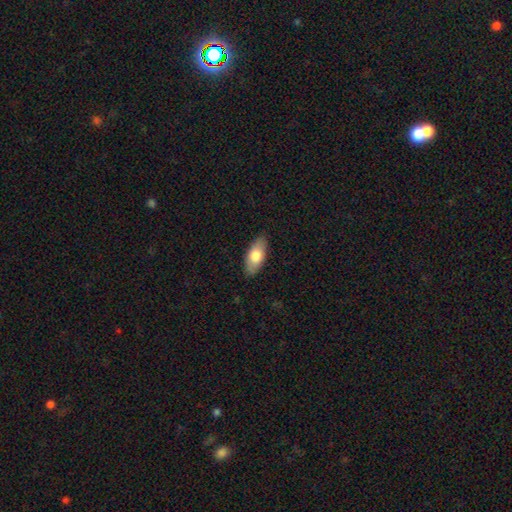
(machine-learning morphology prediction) The model was most divided on "smooth or featured": smooth: 74%, featured or disk: 20%, star or artifact: 6%. More confident: how rounded — in between (88%); merging — none (87%).